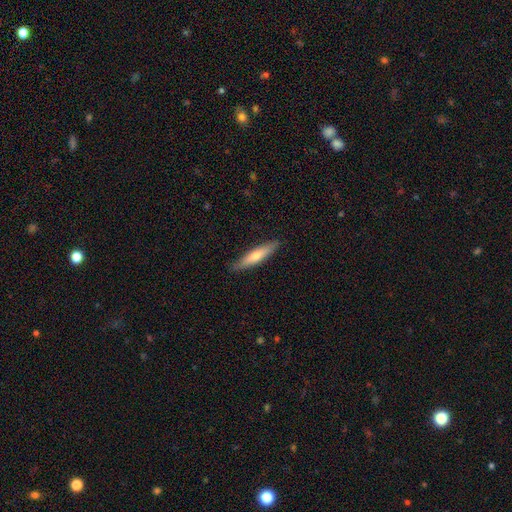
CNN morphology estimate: Smooth or featured? smooth (57%)
How rounded? cigar-shaped (87%)
Merging? none (89%)